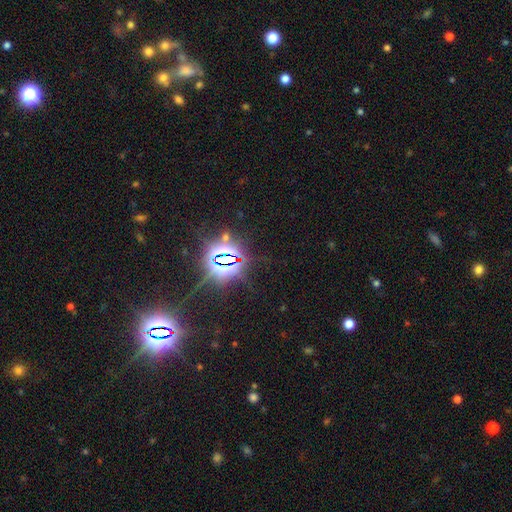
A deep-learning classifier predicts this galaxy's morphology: Q: Smooth or featured?
A: star or artifact (83%); runner-up: smooth (11%)